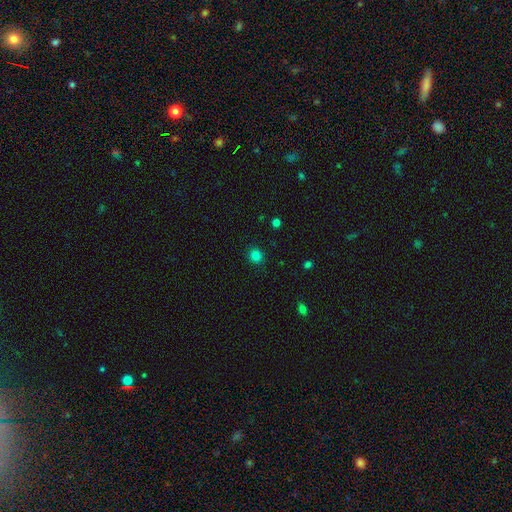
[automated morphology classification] Smooth or featured? Predicted: smooth (p=0.82). How rounded? Predicted: round (p=0.86). Merging? Predicted: none (p=0.90).